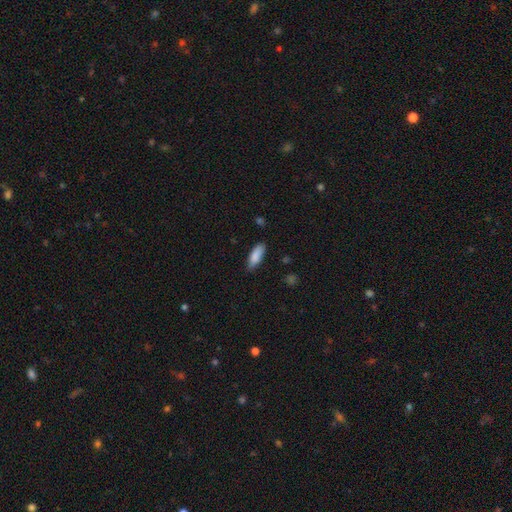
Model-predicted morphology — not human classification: A smooth galaxy with no disk features (86%) that is in between round and cigar-shaped (66%). Merging: none (78%).